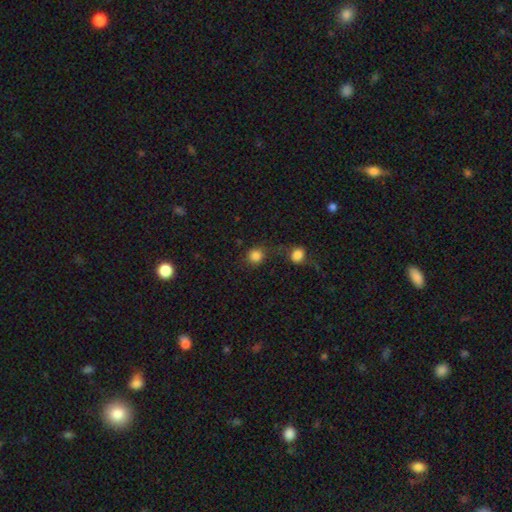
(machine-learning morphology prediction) smooth 84%, star or artifact 11%, featured or disk 5%. Down the decision tree: how rounded — round (89%); merging — none (67%).